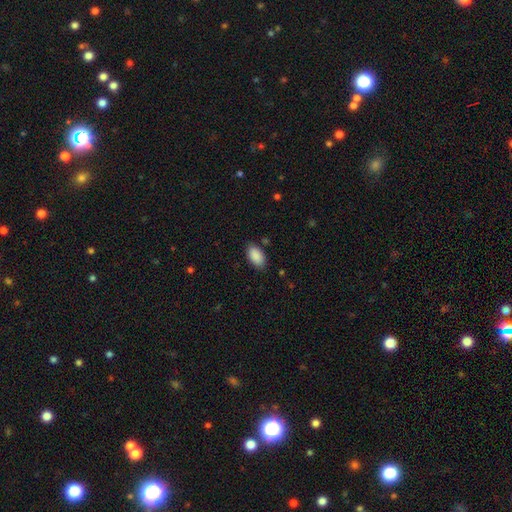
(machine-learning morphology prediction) smooth_or_featured: smooth (p=0.90) [alt: star or artifact p=0.07]
how_rounded: in between (p=0.95) [alt: round p=0.04]
merging: none (p=0.83) [alt: minor disturbance p=0.12]